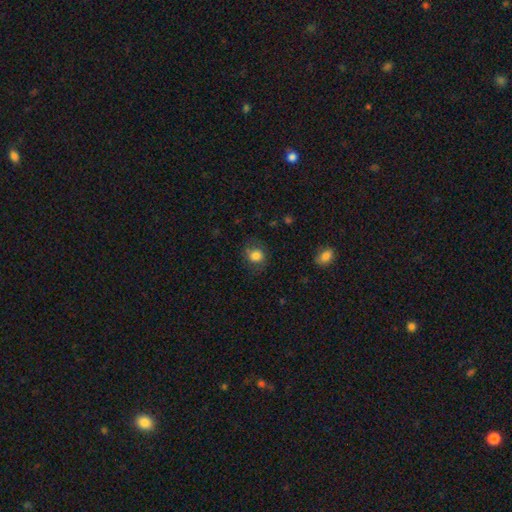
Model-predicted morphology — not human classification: Smooth or featured: smooth — 80% (featured or disk — 11%)
How rounded: round — 78% (in between — 21%)
Merging: none — 74% (minor disturbance — 17%)